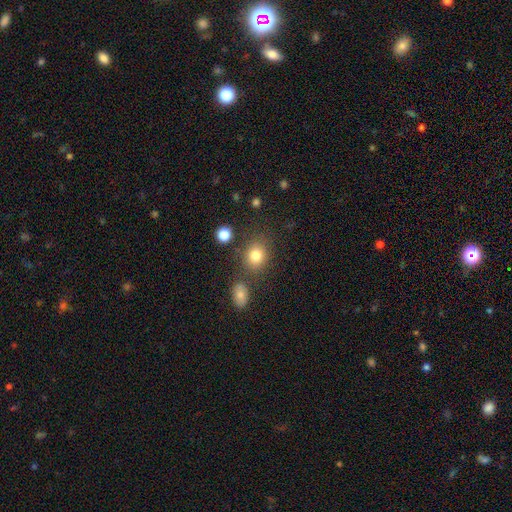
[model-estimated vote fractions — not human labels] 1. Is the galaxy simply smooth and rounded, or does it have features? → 81% smooth, 12% star or artifact, 8% featured or disk.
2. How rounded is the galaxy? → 63% round, 36% in between, 1% cigar-shaped.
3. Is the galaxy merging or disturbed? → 75% none, 12% minor disturbance, 9% merger, 5% major disturbance.